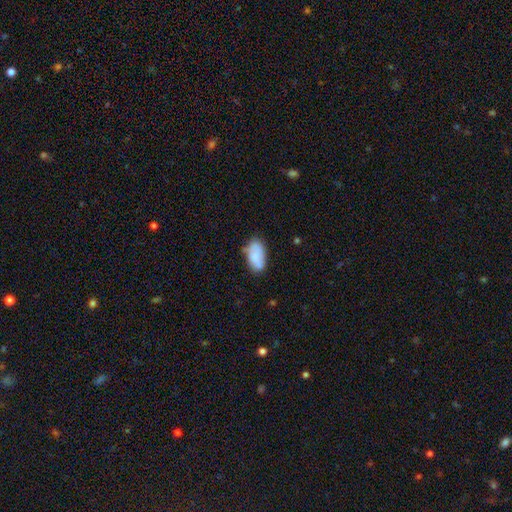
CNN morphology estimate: type=smooth (81%); roundness=in between (94%); merging=none (68%).